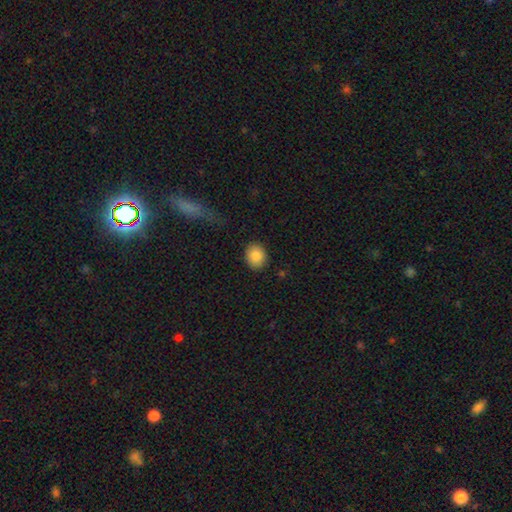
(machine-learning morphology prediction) Smooth or featured: smooth — 86% (star or artifact — 8%)
How rounded: round — 59% (in between — 41%)
Merging: none — 87% (minor disturbance — 9%)